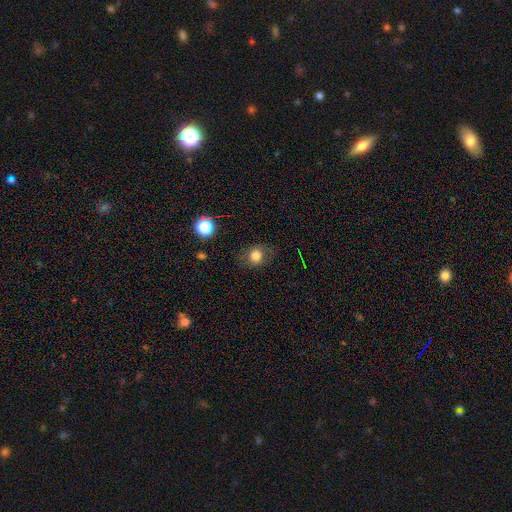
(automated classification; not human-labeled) This is likely a smooth galaxy (78%). How rounded: likely round (72%). Merging: likely none (75%).